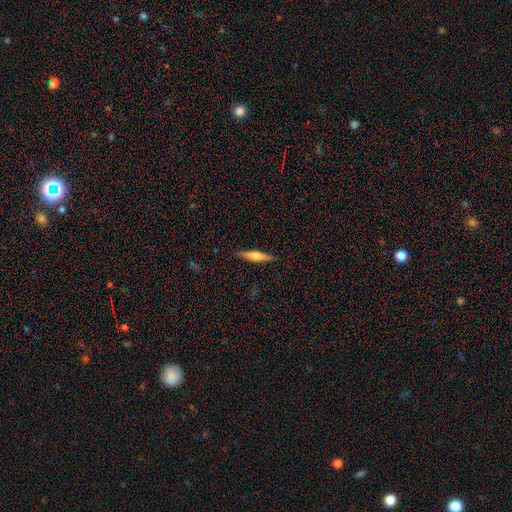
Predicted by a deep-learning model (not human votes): Smooth or featured?
  - smooth: 47% * (tied)
  - featured or disk: 47% * (tied)
  - star or artifact: 6%
Merging?
  - none: 89% *
  - minor disturbance: 8%
  - major disturbance: 2%
  - merger: 1%